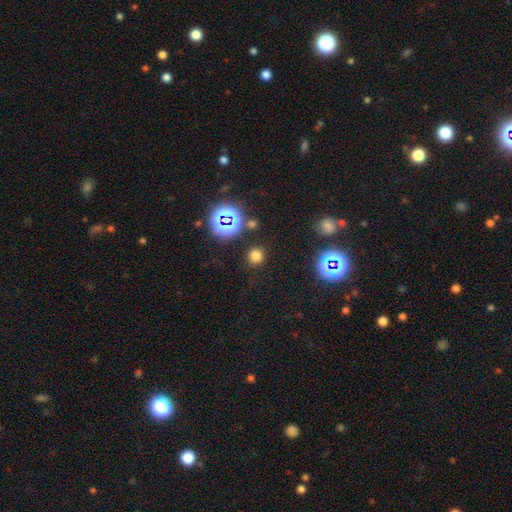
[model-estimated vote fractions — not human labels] Smooth or featured?
  - smooth: 71% *
  - star or artifact: 23%
  - featured or disk: 5%
How rounded?
  - round: 91% *
  - in between: 8%
  - cigar-shaped: 1%
Merging?
  - none: 88% *
  - minor disturbance: 6%
  - major disturbance: 3%
  - merger: 3%